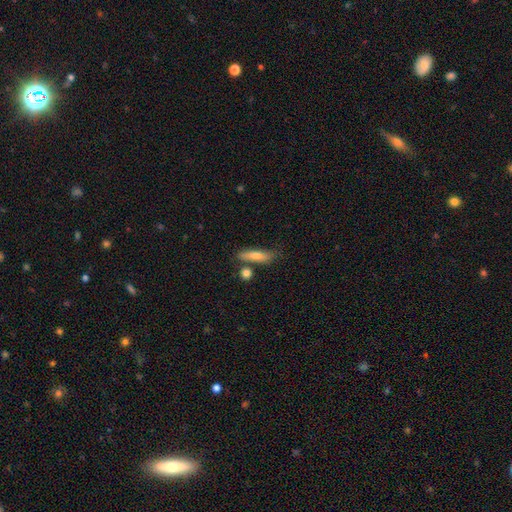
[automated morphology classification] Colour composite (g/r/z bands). It shows a smooth galaxy with no disk features (59%) that is cigar-shaped (76%). Merging: none (65%).